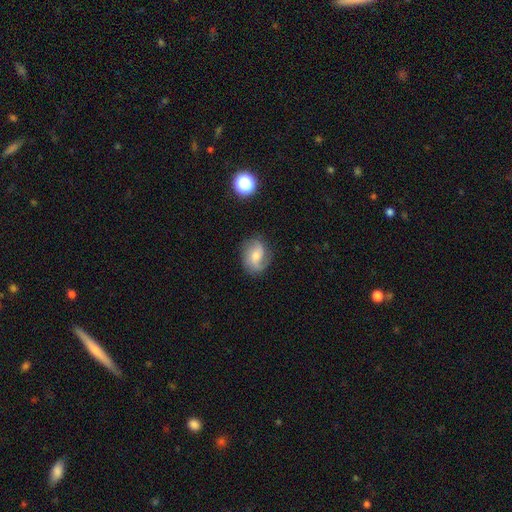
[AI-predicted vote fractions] Smooth or featured? featured or disk (62%)
Edge-on disk? no (97%)
Bar? no (48%)
Spiral arms? yes (91%)
Spiral winding? medium (43%)
Spiral arm count? 2 (61%)
Bulge size? moderate (54%)
Merging? none (72%)